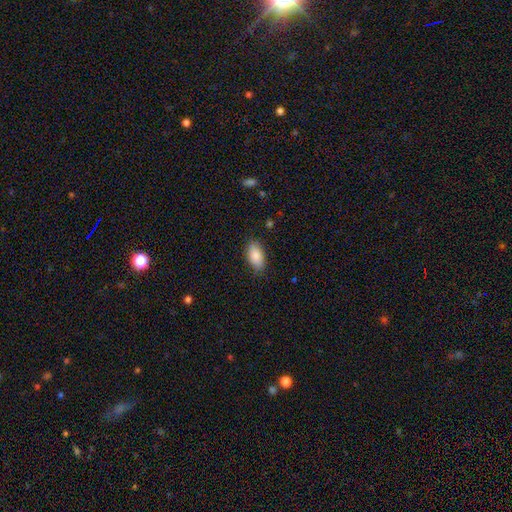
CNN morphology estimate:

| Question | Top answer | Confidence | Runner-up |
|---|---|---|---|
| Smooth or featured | smooth | 88% | star or artifact (6%) |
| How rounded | in between | 93% | cigar-shaped (4%) |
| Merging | none | 84% | minor disturbance (12%) |